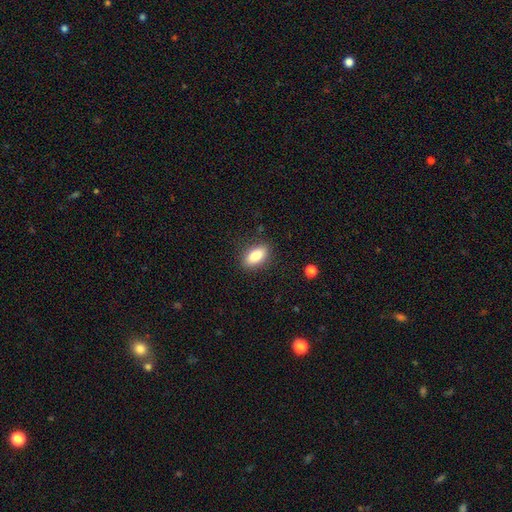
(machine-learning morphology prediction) smooth_or_featured: smooth (p=0.83) [alt: featured or disk p=0.09]
how_rounded: in between (p=0.87) [alt: cigar-shaped p=0.08]
merging: none (p=0.86) [alt: minor disturbance p=0.10]